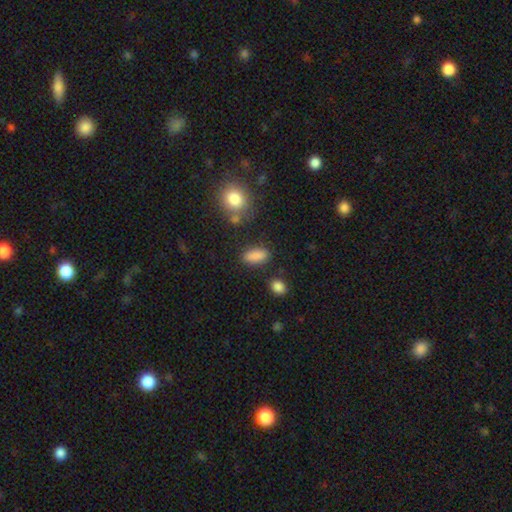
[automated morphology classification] type=smooth (88%); roundness=in between (85%); merging=none (82%).